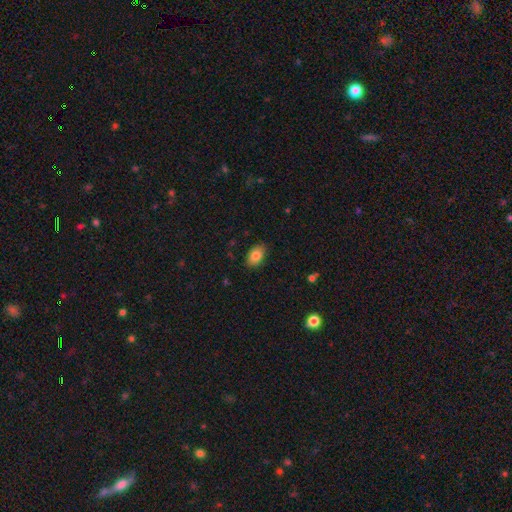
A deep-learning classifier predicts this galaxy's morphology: Q: Smooth or featured?
A: smooth (83%); runner-up: featured or disk (9%)
Q: How rounded?
A: in between (89%); runner-up: round (10%)
Q: Merging?
A: none (85%); runner-up: minor disturbance (11%)